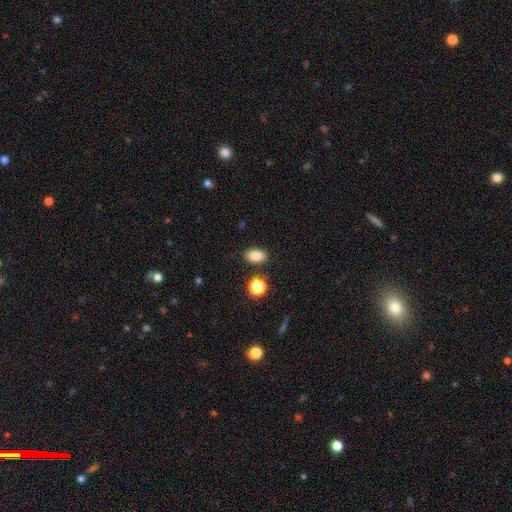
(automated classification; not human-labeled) A smooth galaxy with no disk features (82%) that is in between round and cigar-shaped (87%). Merging: none (86%).